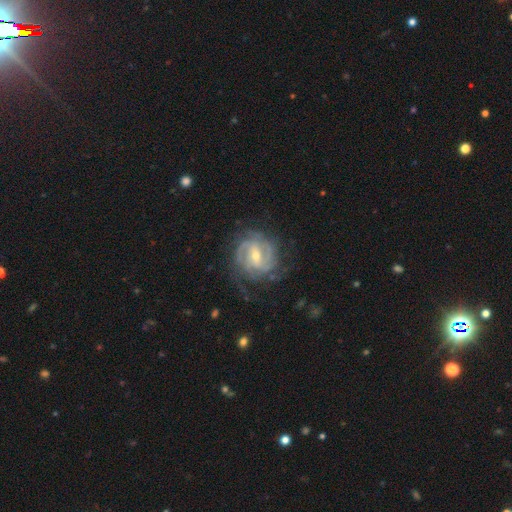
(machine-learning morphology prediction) Overall: featured or disk (88%). Edge-on disk: no (97%). Bar: weak (50%; strong 26%). Spiral arms: yes (96%). Spiral arm count: 2 (32%; can't tell 25%). Spiral winding: tight (61%; medium 32%). Bulge size: small (53%; moderate 44%). Merging: none (69%).